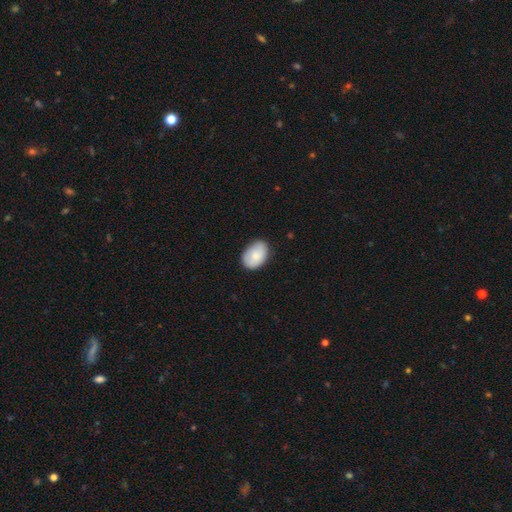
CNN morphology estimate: Overall: smooth (82%). How rounded: in between (84%). Merging: none (77%).